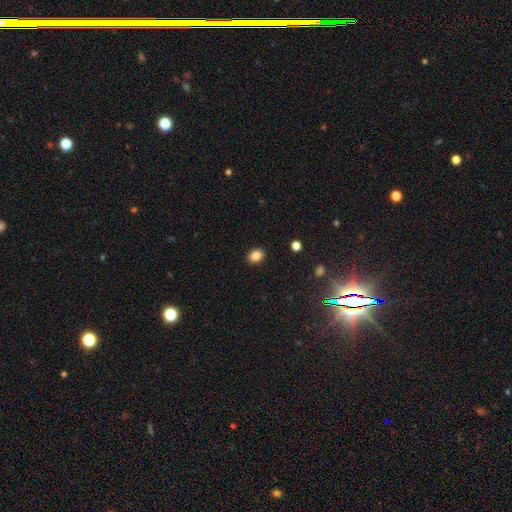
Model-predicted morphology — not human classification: Smooth or featured? Predicted: smooth (p=0.86). How rounded? Predicted: in between (p=0.57). Merging? Predicted: none (p=0.90).